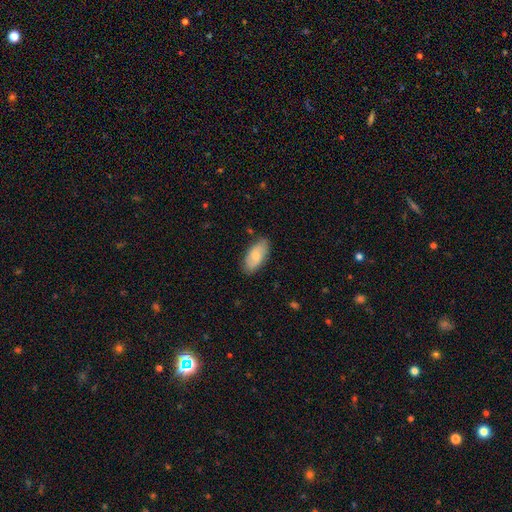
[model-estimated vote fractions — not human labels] A smooth galaxy with no disk features (71%) that is in between round and cigar-shaped (92%).

Vote fractions:
- Smooth or featured? smooth: 71% / featured or disk: 23% / star or artifact: 6%
- How rounded? in between: 92% / cigar-shaped: 6% / round: 2%
- Merging? none: 81% / minor disturbance: 15% / major disturbance: 3% / merger: 1%